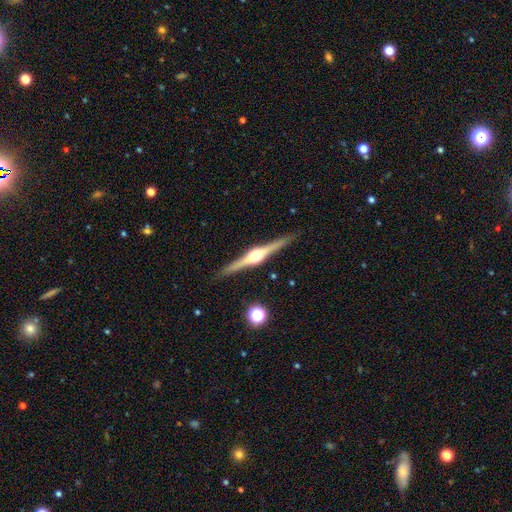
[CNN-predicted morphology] smooth_or_featured: featured or disk (p=0.85) [alt: smooth p=0.11]
disk_edge_on: yes (p=0.98) [alt: no p=0.02]
edge_on_bulge: rounded (p=0.93) [alt: boxy p=0.06]
merging: none (p=0.90) [alt: minor disturbance p=0.07]